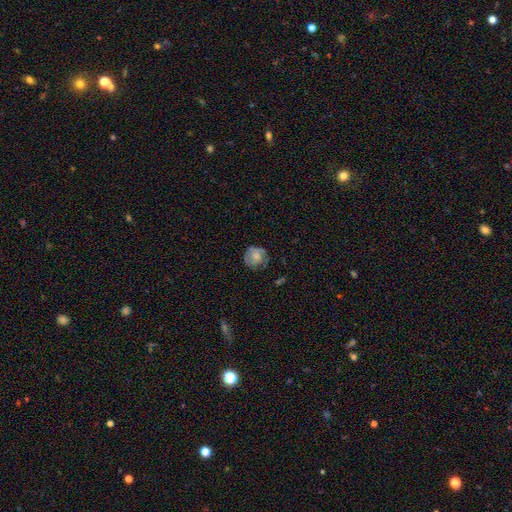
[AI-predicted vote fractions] featured or disk 48%, smooth 44%, star or artifact 8%. Down the decision tree: merging — none (67%).